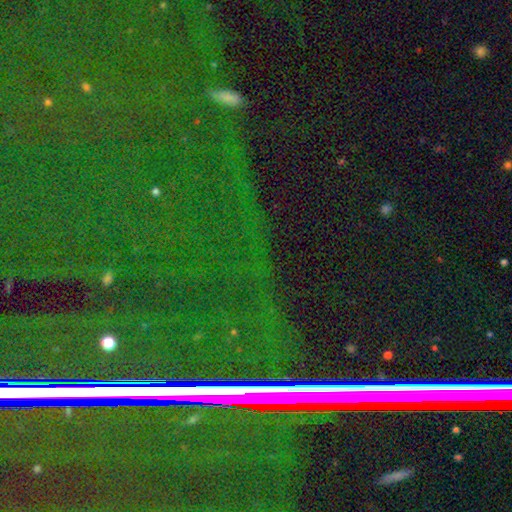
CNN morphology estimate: Overall: star or artifact (81%).